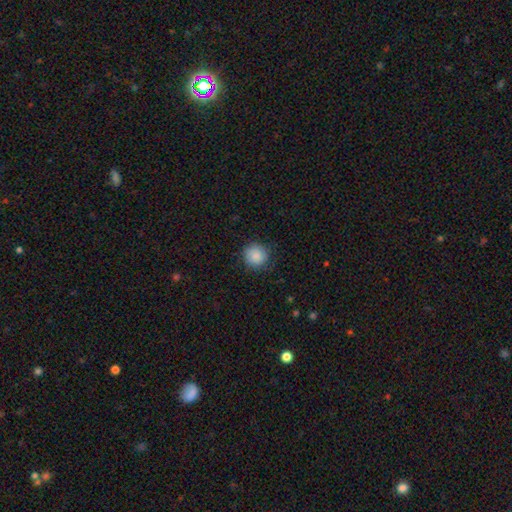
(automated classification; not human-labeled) A smooth galaxy with no disk features (85%) that is round (93%).

Vote fractions:
- Smooth or featured? smooth: 85% / featured or disk: 8% / star or artifact: 8%
- How rounded? round: 93% / in between: 6% / cigar-shaped: 1%
- Merging? none: 82% / minor disturbance: 14% / major disturbance: 4% / merger: 1%